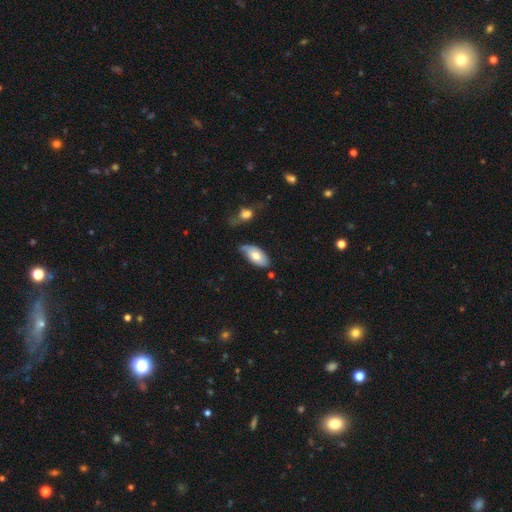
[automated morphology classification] This is likely a smooth galaxy (68%). How rounded: clearly in between (93%). Merging: possibly none (52%).